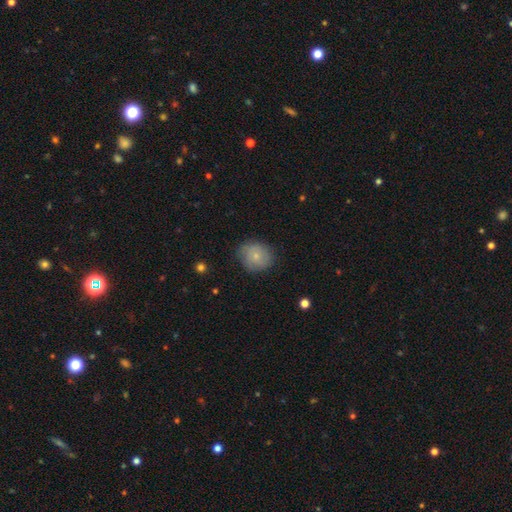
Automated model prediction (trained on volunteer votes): smooth 72%, featured or disk 21%, star or artifact 8%. Down the decision tree: how rounded — round (76%); merging — none (73%).